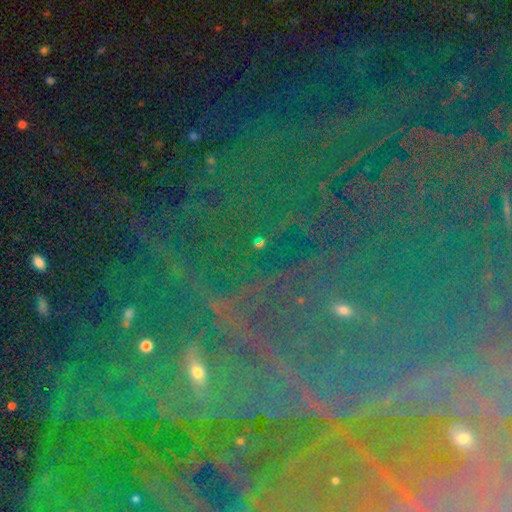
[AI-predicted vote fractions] This is clearly a star or artifact rather than a galaxy (84%).